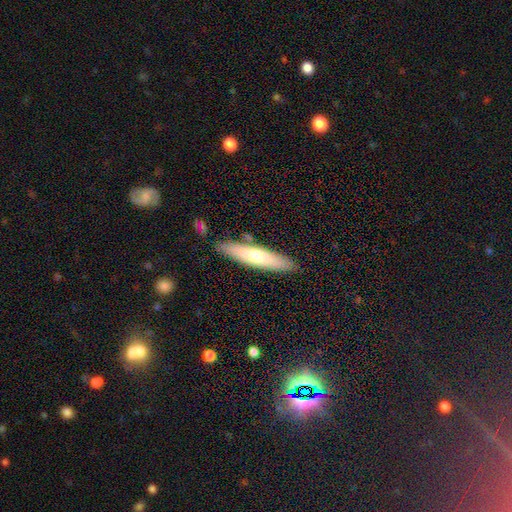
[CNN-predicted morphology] The model was most divided on "smooth or featured": smooth: 57%, featured or disk: 37%, star or artifact: 6%. More confident: merging — none (87%); how rounded — cigar-shaped (83%).